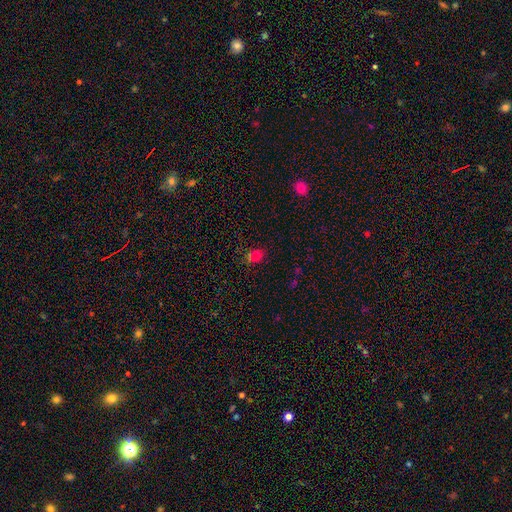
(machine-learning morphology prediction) smooth_or_featured: smooth (p=0.70) [alt: star or artifact p=0.22]
how_rounded: in between (p=0.50) [alt: round p=0.49]
merging: none (p=0.70) [alt: minor disturbance p=0.18]